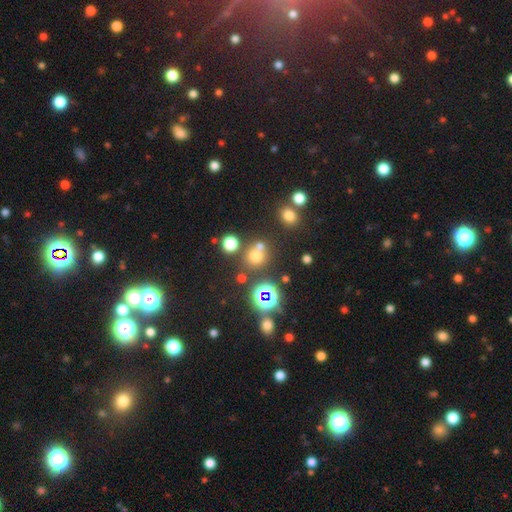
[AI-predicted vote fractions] Smooth or featured: smooth — 62% (star or artifact — 29%)
How rounded: round — 86% (in between — 13%)
Merging: none — 62% (merger — 25%)